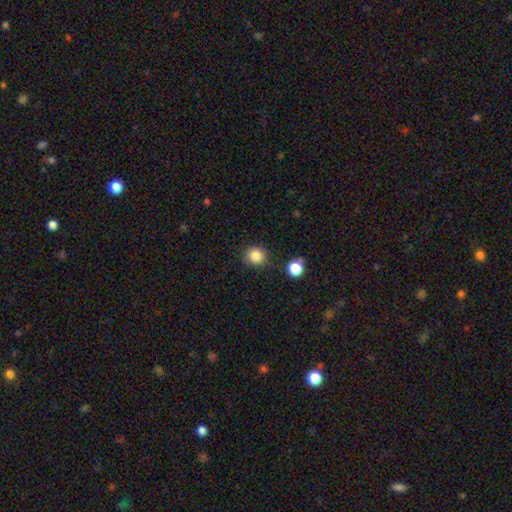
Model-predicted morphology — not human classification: A smooth galaxy with no disk features (85%) that is round (88%).

Vote fractions:
- Smooth or featured? smooth: 85% / star or artifact: 11% / featured or disk: 4%
- How rounded? round: 88% / in between: 11% / cigar-shaped: 1%
- Merging? none: 82% / minor disturbance: 11% / merger: 3% / major disturbance: 3%